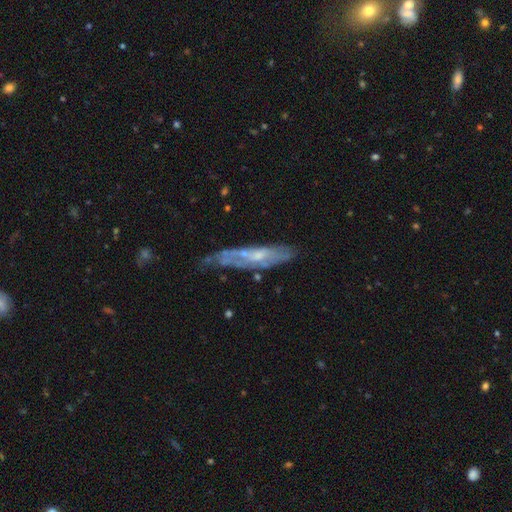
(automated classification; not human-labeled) Q: Smooth or featured?
A: featured or disk (65%); runner-up: smooth (28%)
Q: Edge-on disk?
A: no (55%); runner-up: yes (45%)
Q: Merging?
A: none (56%); runner-up: minor disturbance (29%)